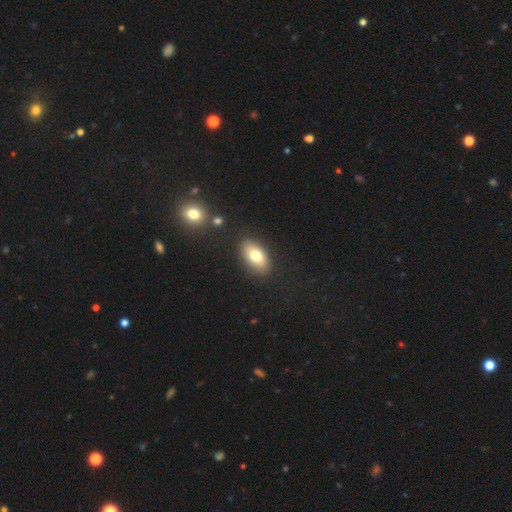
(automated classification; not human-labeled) smooth_or_featured: smooth (p=0.75) [alt: featured or disk p=0.17]
how_rounded: in between (p=0.91) [alt: round p=0.06]
merging: none (p=0.86) [alt: minor disturbance p=0.09]